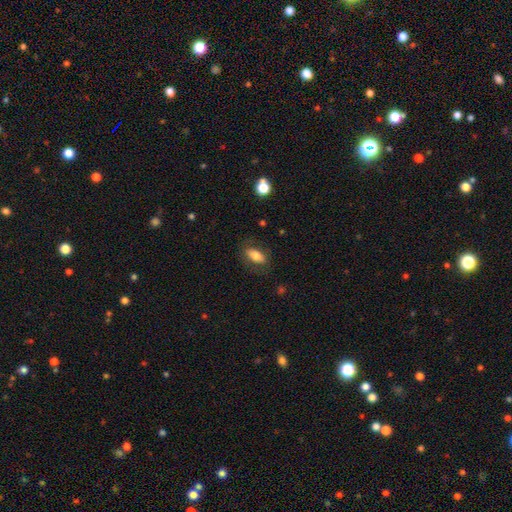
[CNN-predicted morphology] This appears to be a smooth galaxy with no disk features (73%) that is in between round and cigar-shaped (84%). Merging: none (78%).